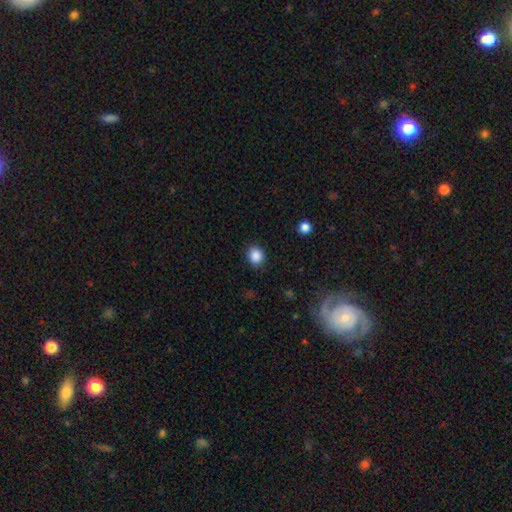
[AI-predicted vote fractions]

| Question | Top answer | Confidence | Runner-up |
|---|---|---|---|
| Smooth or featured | smooth | 87% | star or artifact (10%) |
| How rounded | round | 70% | in between (29%) |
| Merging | none | 88% | minor disturbance (9%) |